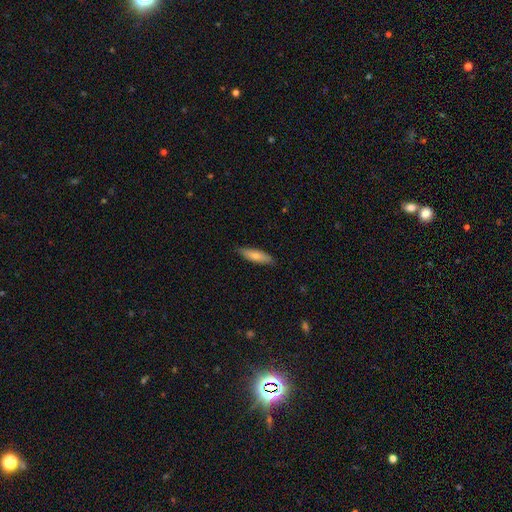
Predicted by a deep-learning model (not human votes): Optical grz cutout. It shows a smooth galaxy with no disk features (74%) that is cigar-shaped (63%). Merging: none (85%).